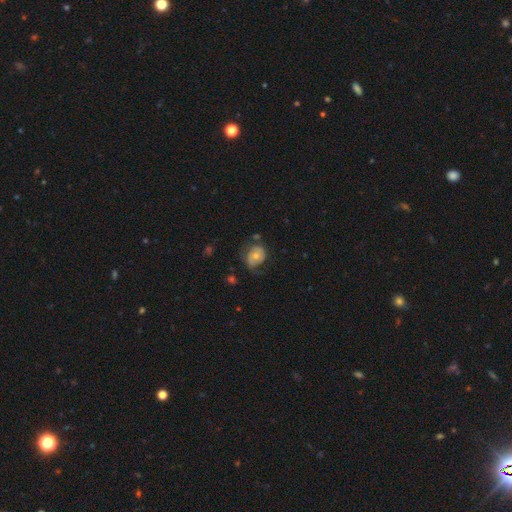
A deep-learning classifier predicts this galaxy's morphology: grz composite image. It shows a smooth galaxy with no disk features (51%) that is in between round and cigar-shaped (50%). Merging: none (51%).